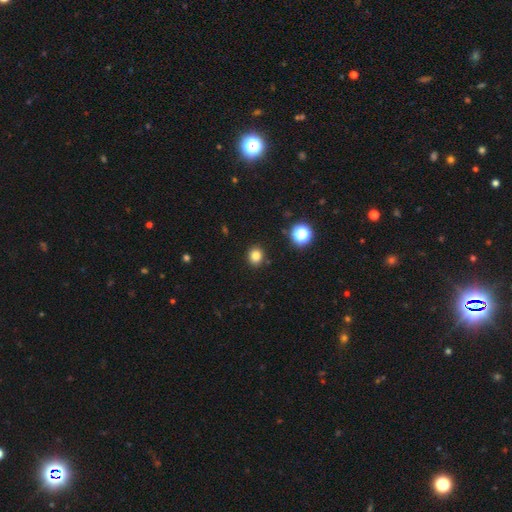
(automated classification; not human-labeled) Overall: smooth (82%). How rounded: round (77%). Merging: none (90%).